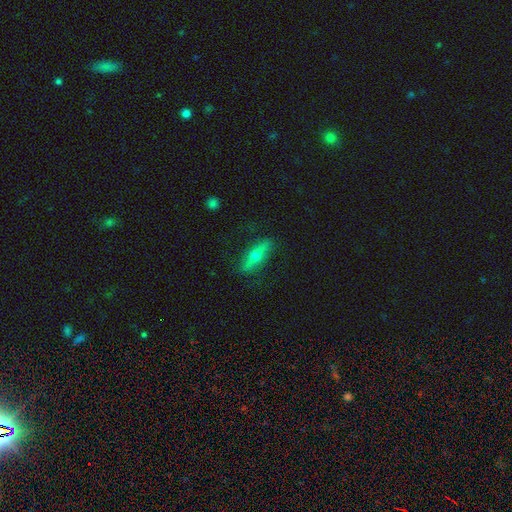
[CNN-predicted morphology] The model was most divided on "smooth or featured": featured or disk: 53%, smooth: 39%, star or artifact: 8%. More confident: merging — none (84%); edge-on disk — yes (83%).